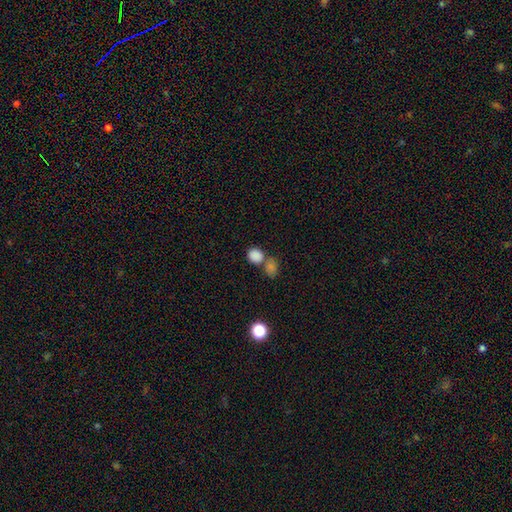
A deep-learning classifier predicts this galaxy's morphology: smooth 84%, star or artifact 10%, featured or disk 5%. Down the decision tree: how rounded — round (66%); merging — none (46%).